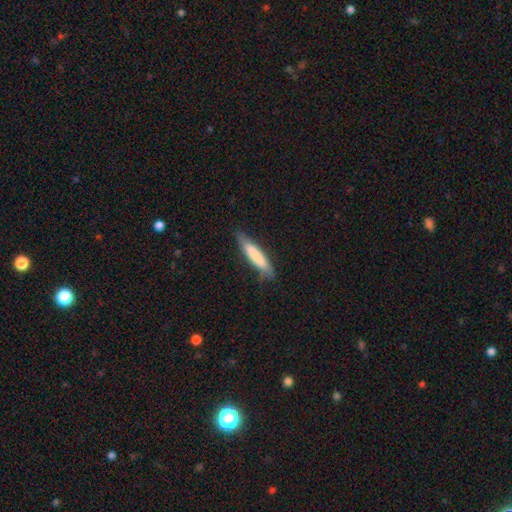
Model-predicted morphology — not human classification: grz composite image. It shows a smooth galaxy with no disk features (74%) that is cigar-shaped (85%). Merging: none (77%).